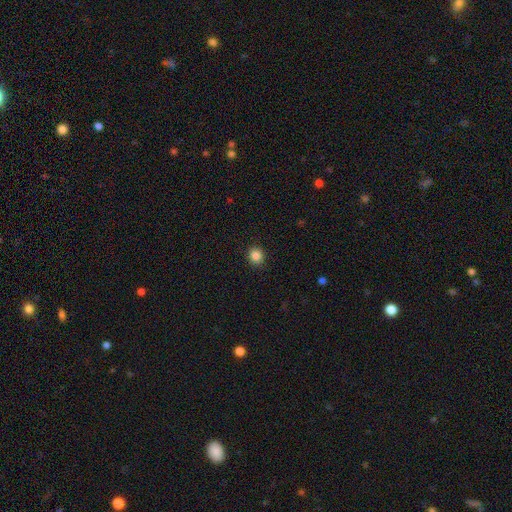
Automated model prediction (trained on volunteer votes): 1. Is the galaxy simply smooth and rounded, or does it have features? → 85% smooth, 11% star or artifact, 4% featured or disk.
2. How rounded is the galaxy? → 84% round, 15% in between, 1% cigar-shaped.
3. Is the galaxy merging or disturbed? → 91% none, 6% minor disturbance, 2% major disturbance, 1% merger.